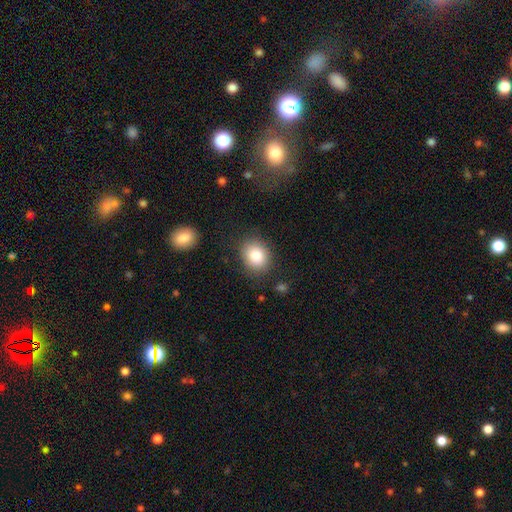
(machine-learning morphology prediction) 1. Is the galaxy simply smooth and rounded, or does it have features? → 82% smooth, 9% star or artifact, 9% featured or disk.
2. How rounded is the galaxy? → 59% round, 40% in between, 1% cigar-shaped.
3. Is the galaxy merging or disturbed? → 83% none, 11% minor disturbance, 4% major disturbance, 2% merger.